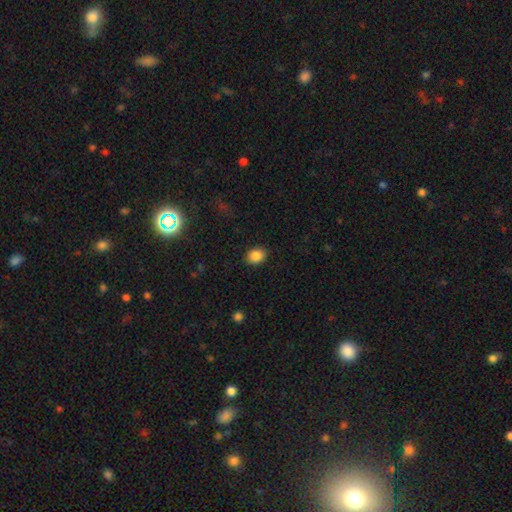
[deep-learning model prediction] Morphology: type=smooth (86%); roundness=round (51%); merging=none (88%).